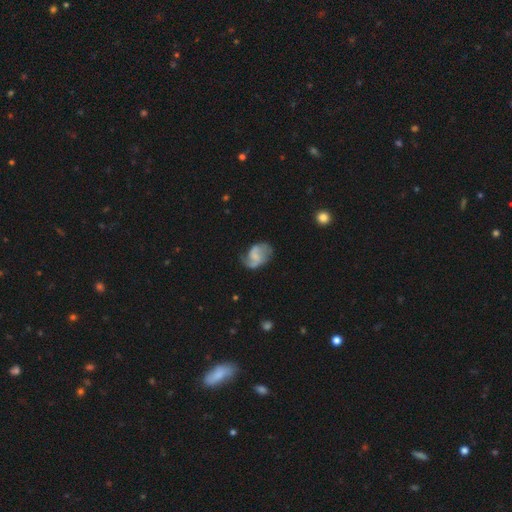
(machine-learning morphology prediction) type=featured or disk (67%); edge-on=no (98%); bar=weak (46%); spiral arms=yes (88%); winding=loose (48%); arm count=2 (79%); bulge=none (49%); merging=none (55%).